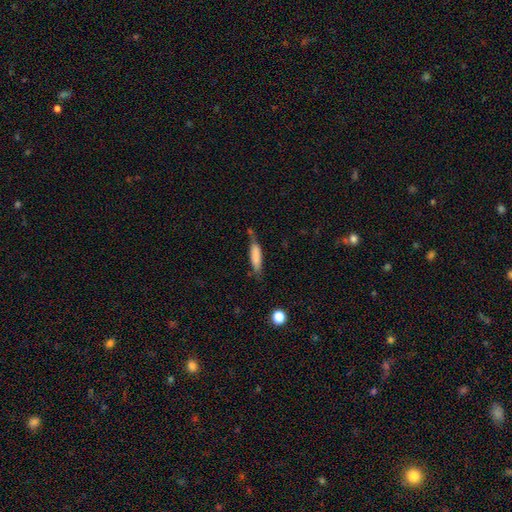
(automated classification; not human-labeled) This is likely a smooth galaxy (78%). How rounded: likely cigar-shaped (67%). Merging: possibly none (57%).